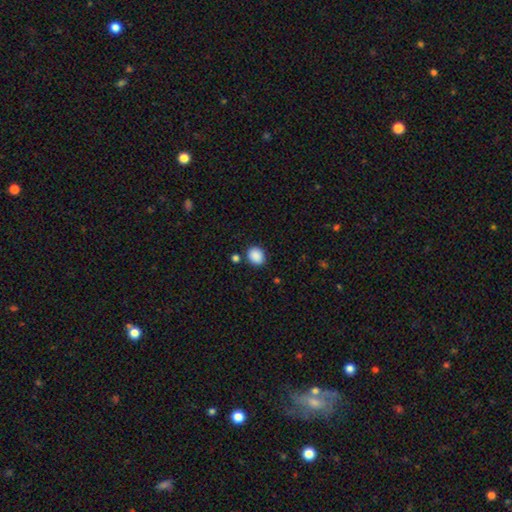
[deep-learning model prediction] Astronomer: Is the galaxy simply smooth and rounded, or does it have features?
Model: smooth — 88%.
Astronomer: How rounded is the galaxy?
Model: round — 61% (runner-up: in between, 38%).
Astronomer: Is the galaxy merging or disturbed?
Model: none — 81%.